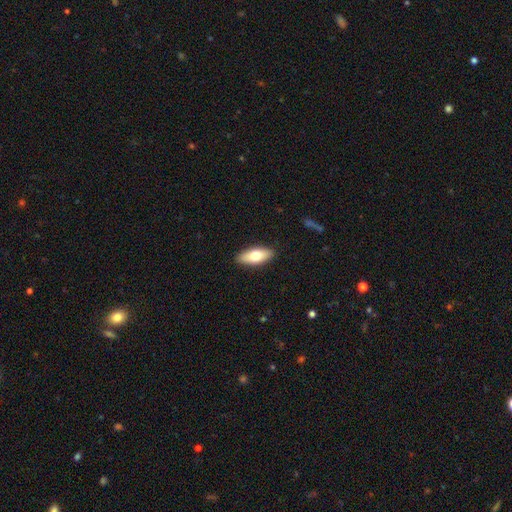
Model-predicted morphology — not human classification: smooth 71%, featured or disk 23%, star or artifact 6%. Down the decision tree: how rounded — in between (79%); merging — none (90%).